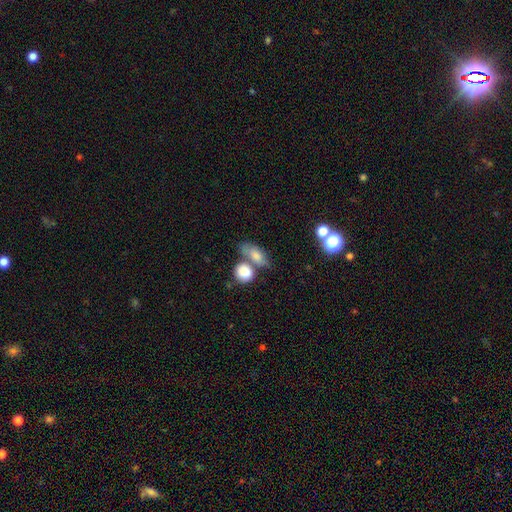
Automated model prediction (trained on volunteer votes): Overall: smooth (76%). How rounded: in between (74%). Merging: merger (39%, tied with none).